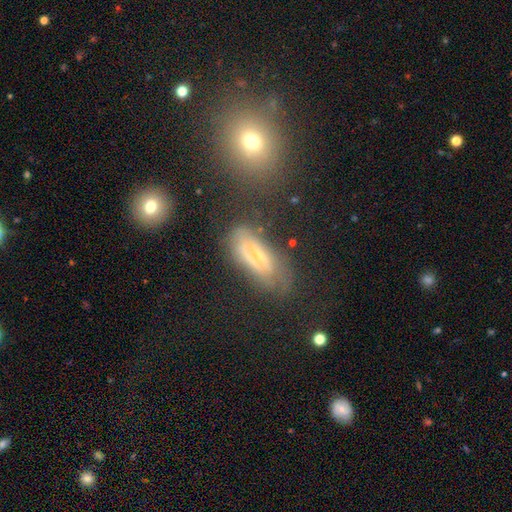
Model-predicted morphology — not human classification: smooth_or_featured: featured or disk (p=0.48) [alt: smooth p=0.37]
merging: none (p=0.59) [alt: minor disturbance p=0.24]